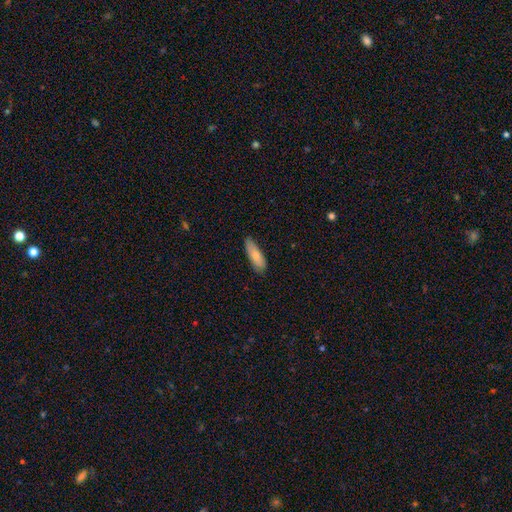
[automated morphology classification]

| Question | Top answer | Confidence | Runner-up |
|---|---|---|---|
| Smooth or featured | smooth | 79% | featured or disk (15%) |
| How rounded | in between | 56% | cigar-shaped (42%) |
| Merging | none | 78% | minor disturbance (19%) |